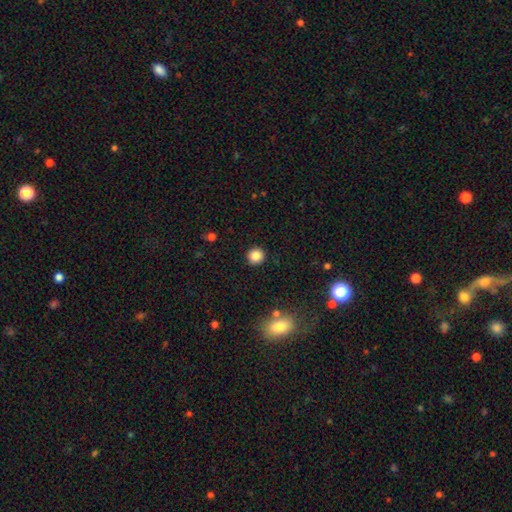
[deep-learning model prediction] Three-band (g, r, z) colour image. It shows a smooth galaxy with no disk features (85%) that is round (92%). Merging: none (91%).